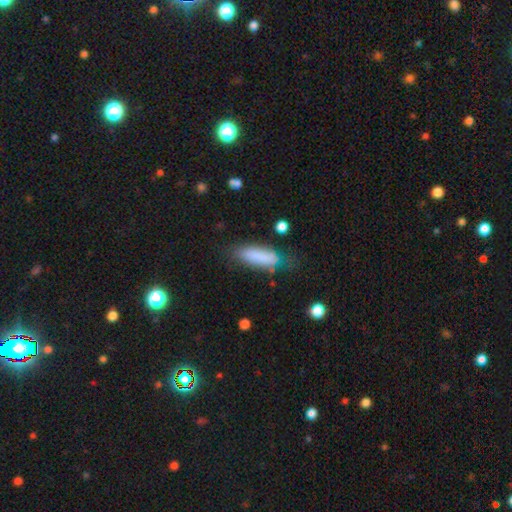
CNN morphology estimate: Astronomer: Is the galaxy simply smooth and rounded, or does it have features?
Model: smooth — 80%.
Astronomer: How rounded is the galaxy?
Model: cigar-shaped — 52% (runner-up: in between, 46%).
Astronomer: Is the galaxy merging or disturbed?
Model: none — 64%.